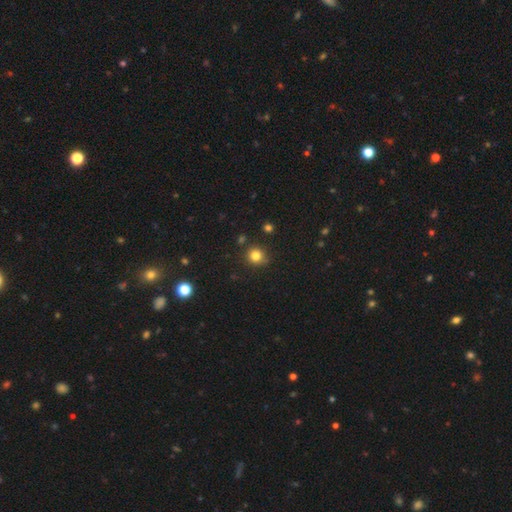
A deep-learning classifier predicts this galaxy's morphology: Q: Smooth or featured?
A: smooth (81%); runner-up: star or artifact (13%)
Q: How rounded?
A: round (89%); runner-up: in between (10%)
Q: Merging?
A: none (85%); runner-up: minor disturbance (9%)